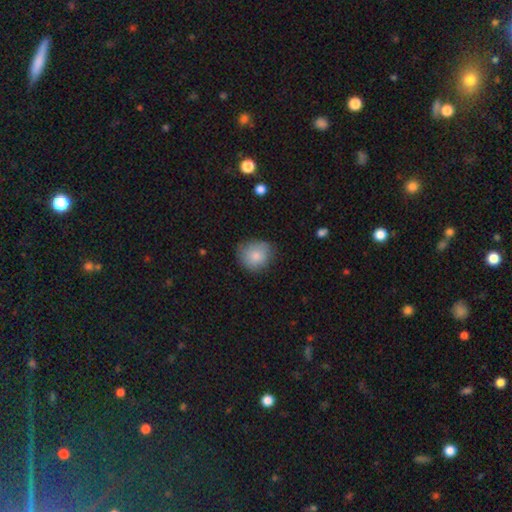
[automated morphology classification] Smooth or featured?
  - smooth: 83% *
  - featured or disk: 10%
  - star or artifact: 7%
How rounded?
  - round: 77% *
  - in between: 22%
  - cigar-shaped: 1%
Merging?
  - none: 69% *
  - minor disturbance: 24%
  - major disturbance: 5%
  - merger: 1%